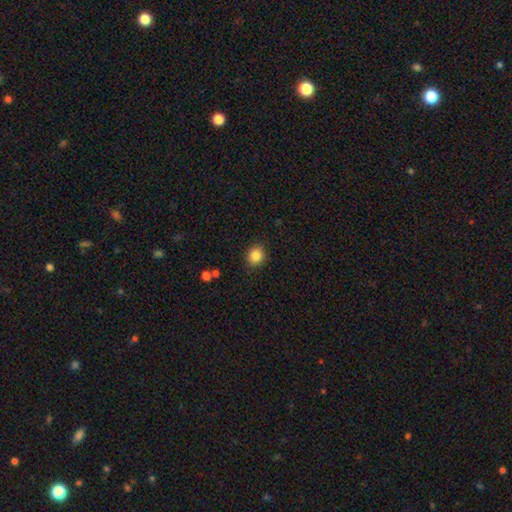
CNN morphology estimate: This appears to be a smooth galaxy with no disk features (86%) that is round (66%). Merging: none (88%).